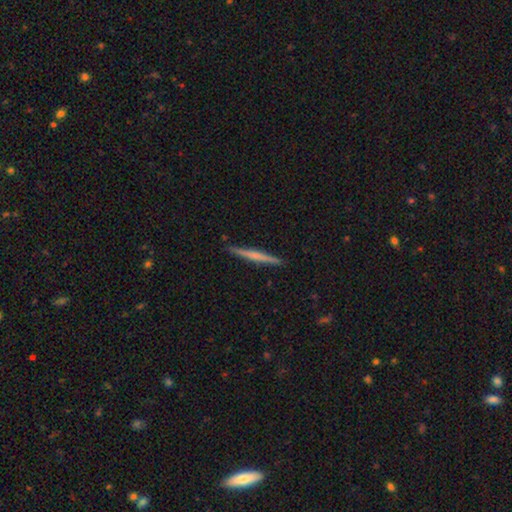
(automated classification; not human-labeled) smooth_or_featured: featured or disk (p=0.52) [alt: smooth p=0.43]
disk_edge_on: yes (p=0.98) [alt: no p=0.02]
edge_on_bulge: none (p=0.61) [alt: rounded p=0.28]
merging: none (p=0.91) [alt: minor disturbance p=0.06]